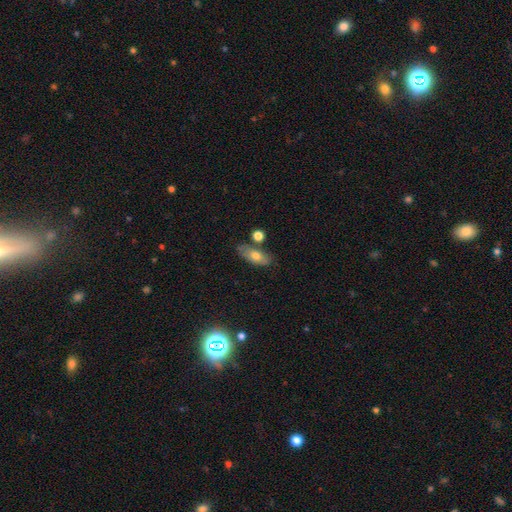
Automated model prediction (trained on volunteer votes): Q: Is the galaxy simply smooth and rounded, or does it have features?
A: smooth — 69%.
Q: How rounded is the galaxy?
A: in between — 80%.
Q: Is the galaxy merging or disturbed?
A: none — 69%.